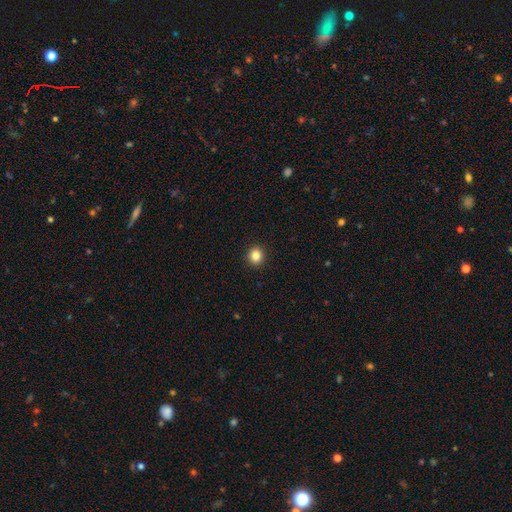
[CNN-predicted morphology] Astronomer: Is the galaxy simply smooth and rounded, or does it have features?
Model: smooth — 85%.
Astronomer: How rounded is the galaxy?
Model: round — 87%.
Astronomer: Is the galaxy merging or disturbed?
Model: none — 93%.